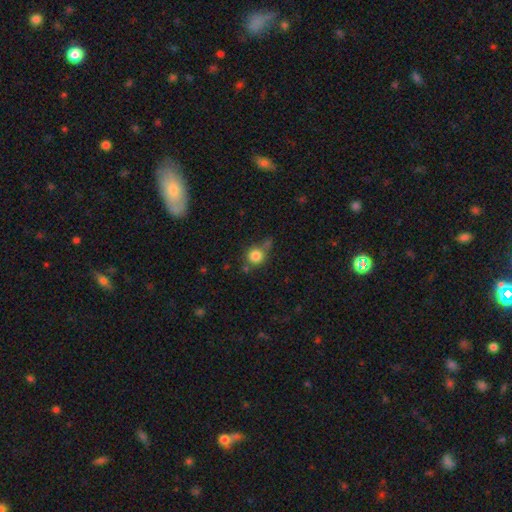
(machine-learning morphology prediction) smooth_or_featured: smooth (p=0.82) [alt: star or artifact p=0.11]
how_rounded: round (p=0.89) [alt: in between p=0.09]
merging: none (p=0.59) [alt: merger p=0.17]